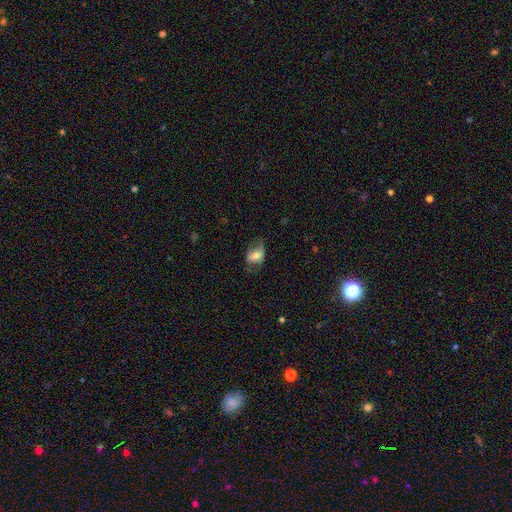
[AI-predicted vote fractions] Overall: smooth (60%; featured or disk 32%). How rounded: in between (79%). Merging: none (52%; minor disturbance 27%).